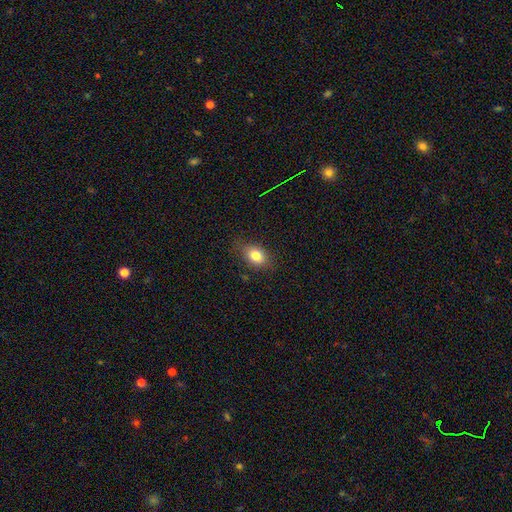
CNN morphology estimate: Smooth or featured: smooth — 80% (featured or disk — 10%)
How rounded: in between — 75% (round — 23%)
Merging: none — 78% (minor disturbance — 17%)